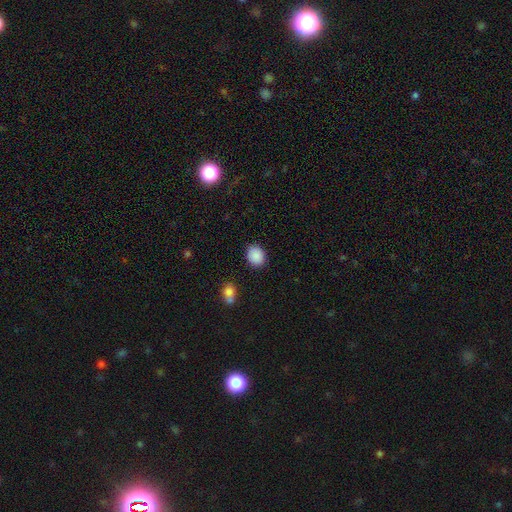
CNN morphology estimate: A smooth galaxy with no disk features (89%) that is round (52%). Merging: none (85%).